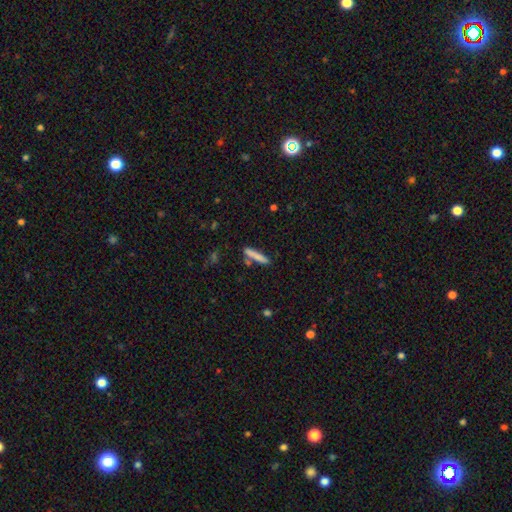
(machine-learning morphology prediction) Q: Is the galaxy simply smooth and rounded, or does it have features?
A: smooth — 79%.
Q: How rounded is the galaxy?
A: cigar-shaped — 90%.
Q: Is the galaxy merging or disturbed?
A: none — 79%.